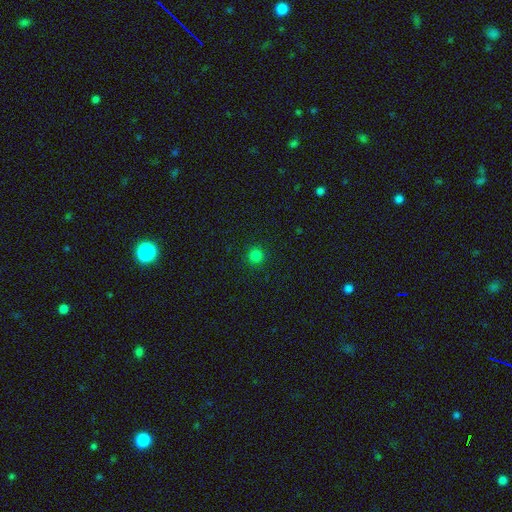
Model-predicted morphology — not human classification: smooth-or-featured: smooth: 82% | star or artifact: 15% | featured or disk: 3%
  how-rounded: round: 95% | in between: 4% | cigar-shaped: 1%
  merging: none: 92% | minor disturbance: 5% | major disturbance: 2% | merger: 1%